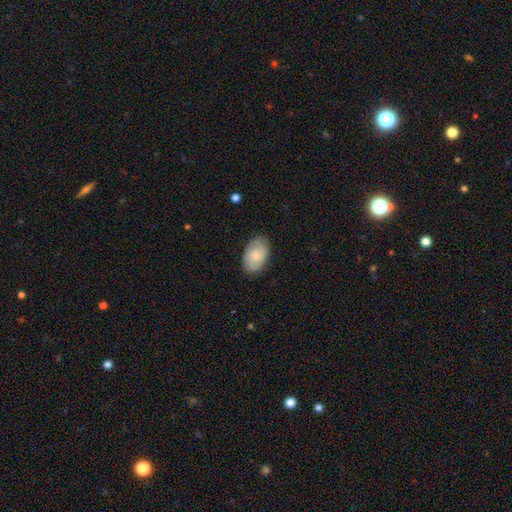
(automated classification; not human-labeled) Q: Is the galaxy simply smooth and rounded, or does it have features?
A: smooth — 49%.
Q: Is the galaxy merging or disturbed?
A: none — 81%.